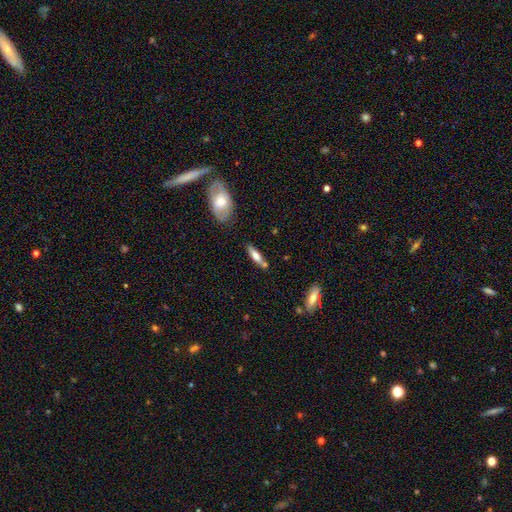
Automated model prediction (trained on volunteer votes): smooth-or-featured: smooth: 59% | featured or disk: 35% | star or artifact: 6%
  how-rounded: cigar-shaped: 63% | in between: 35% | round: 2%
  merging: none: 71% | minor disturbance: 16% | merger: 10% | major disturbance: 4%